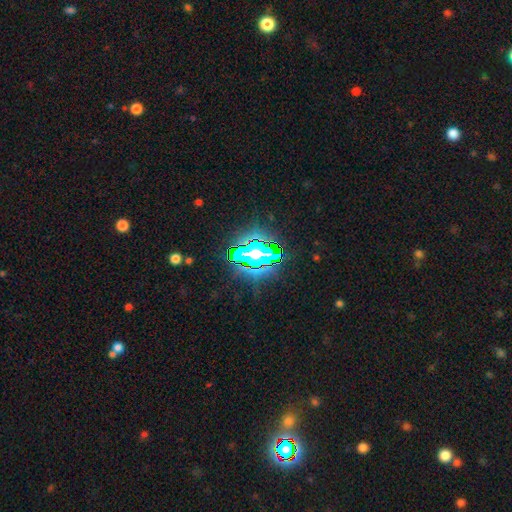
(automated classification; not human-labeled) Morphology: type=star or artifact (77%).